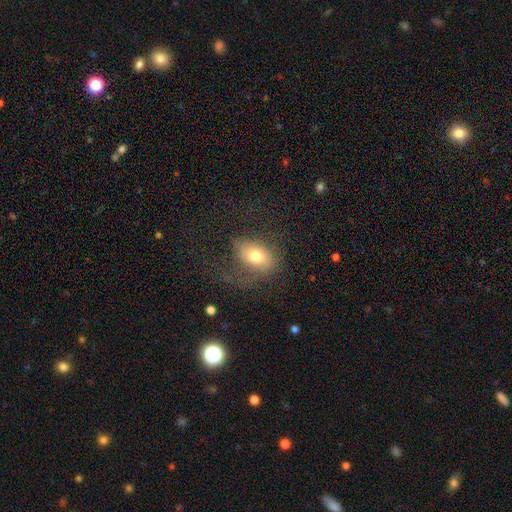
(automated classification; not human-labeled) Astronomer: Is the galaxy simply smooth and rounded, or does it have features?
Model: smooth — 73%.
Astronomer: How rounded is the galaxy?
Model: in between — 78%.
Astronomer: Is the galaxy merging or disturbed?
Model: none — 53%.